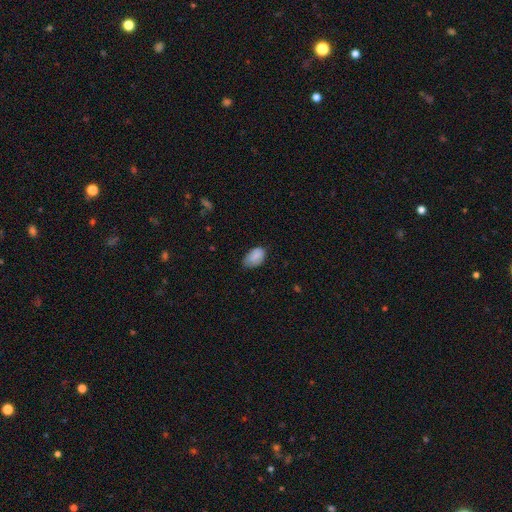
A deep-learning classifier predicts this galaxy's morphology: Smooth or featured?
  - smooth: 85% *
  - star or artifact: 7%
  - featured or disk: 7%
How rounded?
  - in between: 91% *
  - round: 8%
  - cigar-shaped: 1%
Merging?
  - none: 56% *
  - minor disturbance: 36%
  - major disturbance: 7%
  - merger: 1%